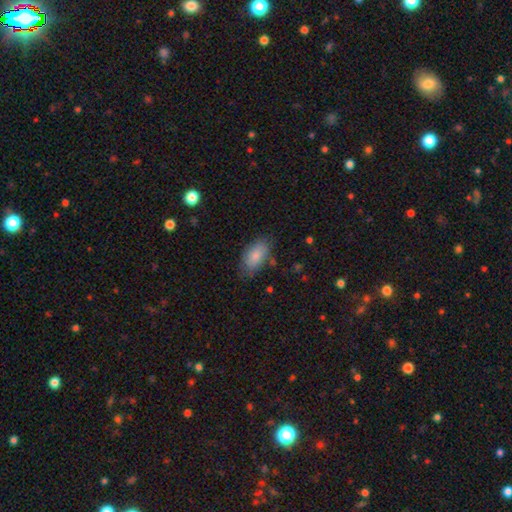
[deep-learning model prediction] smooth_or_featured: smooth (p=0.84) [alt: featured or disk p=0.09]
how_rounded: in between (p=0.92) [alt: cigar-shaped p=0.04]
merging: none (p=0.73) [alt: minor disturbance p=0.20]